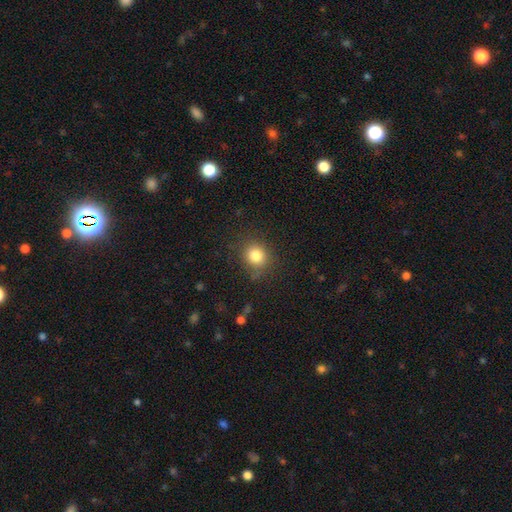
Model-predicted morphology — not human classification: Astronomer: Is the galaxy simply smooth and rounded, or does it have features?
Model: smooth — 81%.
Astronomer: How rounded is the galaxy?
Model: round — 82%.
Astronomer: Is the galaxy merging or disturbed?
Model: none — 83%.